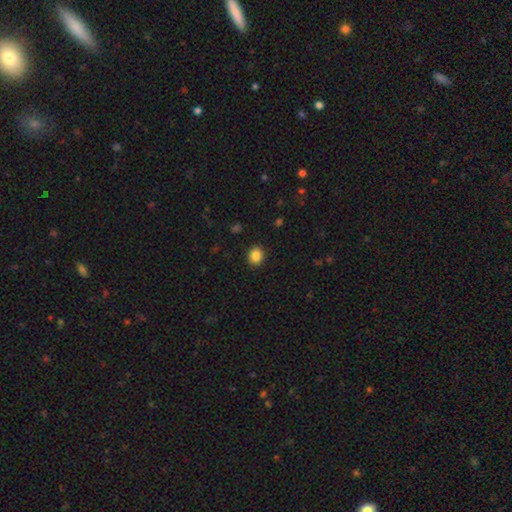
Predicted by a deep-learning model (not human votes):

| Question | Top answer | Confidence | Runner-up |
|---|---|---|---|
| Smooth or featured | smooth | 86% | star or artifact (10%) |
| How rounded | round | 74% | in between (26%) |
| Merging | none | 91% | minor disturbance (6%) |